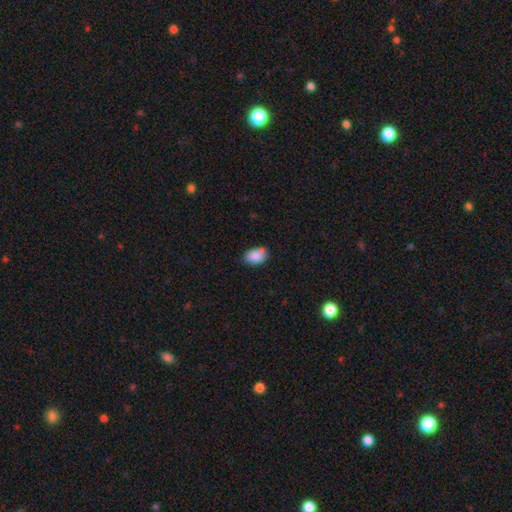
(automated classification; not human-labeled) The model was most divided on "merging": none: 68%, minor disturbance: 22%, merger: 6%, major disturbance: 4%. More confident: smooth or featured — smooth (87%); how rounded — in between (81%).